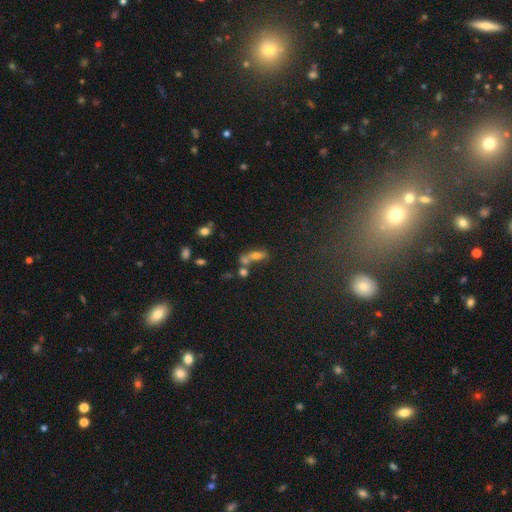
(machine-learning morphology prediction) A smooth galaxy with no disk features (51%) that is in between round and cigar-shaped (56%).

Vote fractions:
- Smooth or featured? smooth: 51% / featured or disk: 30% / star or artifact: 19%
- How rounded? in between: 56% / cigar-shaped: 33% / round: 11%
- Merging? merger: 45% / none: 34% / minor disturbance: 12% / major disturbance: 9%